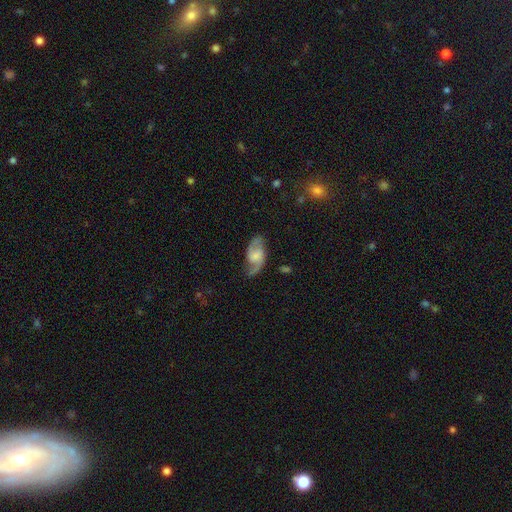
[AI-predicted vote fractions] Overall: featured or disk (82%). Edge-on disk: no (97%). Bar: weak (45%; no 44%). Spiral arms: yes (96%). Spiral arm count: 2 (92%). Spiral winding: medium (49%; loose 38%). Bulge size: small (33%; moderate 31%). Merging: none (76%).